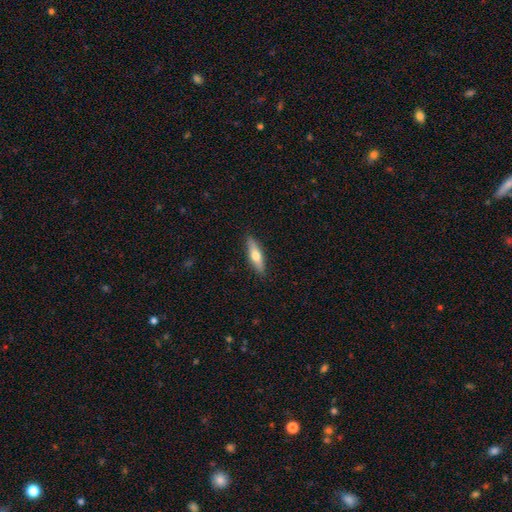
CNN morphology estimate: Smooth or featured? smooth (55%)
How rounded? cigar-shaped (66%)
Merging? none (89%)